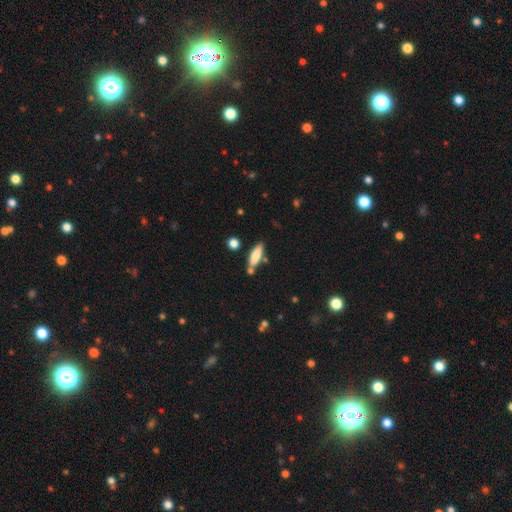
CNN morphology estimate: Smooth or featured? Predicted: smooth (p=0.78). How rounded? Predicted: cigar-shaped (p=0.54). Merging? Predicted: none (p=0.70).